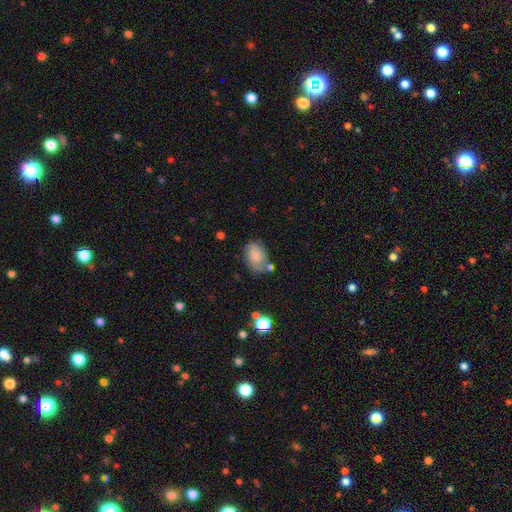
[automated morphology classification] smooth-or-featured: smooth: 70% | featured or disk: 21% | star or artifact: 9%
  how-rounded: in between: 81% | round: 18% | cigar-shaped: 1%
  merging: none: 59% | minor disturbance: 24% | merger: 8% | major disturbance: 8%